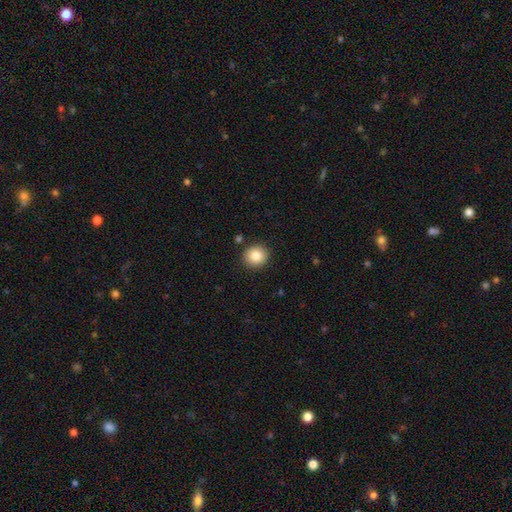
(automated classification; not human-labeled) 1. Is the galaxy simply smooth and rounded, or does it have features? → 86% smooth, 9% star or artifact, 6% featured or disk.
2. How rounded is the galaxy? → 85% round, 14% in between, 1% cigar-shaped.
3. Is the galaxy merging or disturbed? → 90% none, 7% minor disturbance, 2% major disturbance, 2% merger.